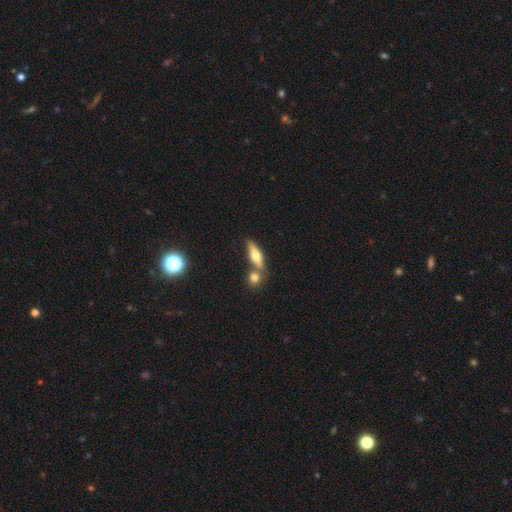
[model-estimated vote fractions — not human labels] smooth 50%, featured or disk 42%, star or artifact 8%. Down the decision tree: how rounded — cigar-shaped (51%); merging — none (58%).